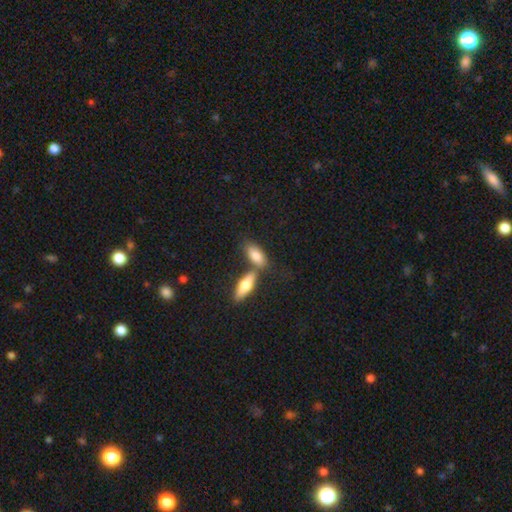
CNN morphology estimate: This is likely a smooth galaxy (79%). How rounded: clearly in between (83%). Merging: possibly none (49%).